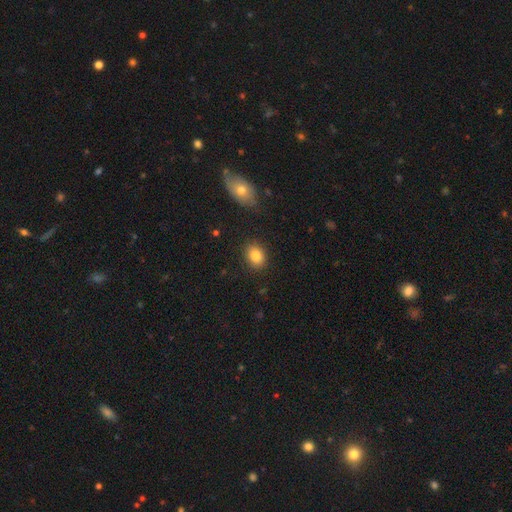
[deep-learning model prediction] Smooth or featured? smooth (83%)
How rounded? in between (52%)
Merging? none (87%)